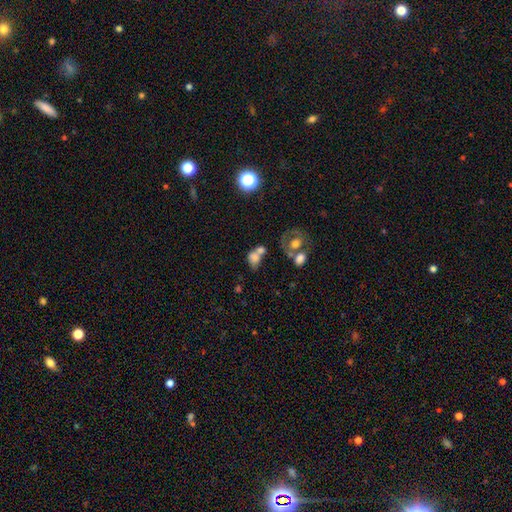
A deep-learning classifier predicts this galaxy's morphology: A smooth galaxy with no disk features (64%) that is in between round and cigar-shaped (63%). Merging: merger (57%).